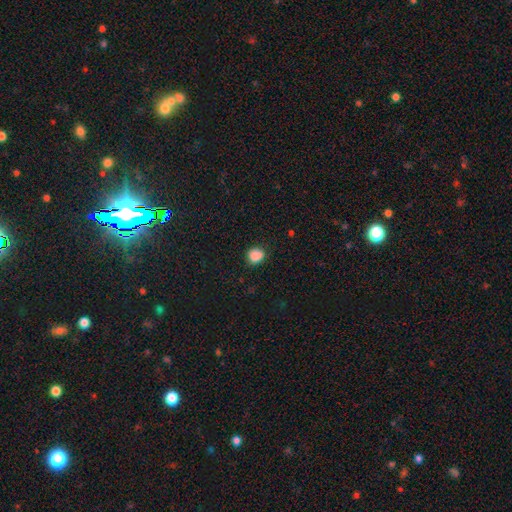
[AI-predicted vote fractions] This appears to be a smooth galaxy with no disk features (86%) that is round (74%). Merging: none (77%).